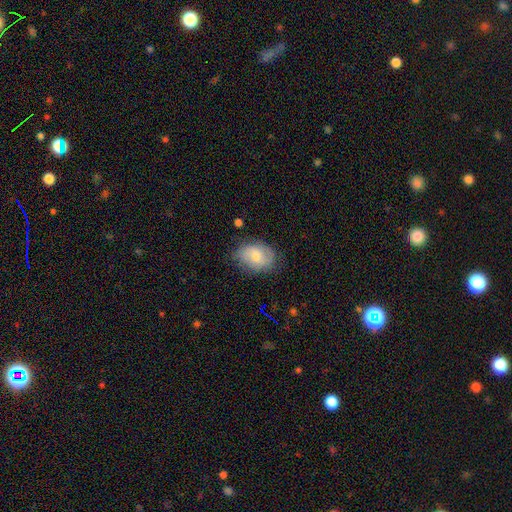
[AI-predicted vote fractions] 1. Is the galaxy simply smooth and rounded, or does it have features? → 52% smooth, 39% featured or disk, 9% star or artifact.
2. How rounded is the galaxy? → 72% in between, 27% round, 1% cigar-shaped.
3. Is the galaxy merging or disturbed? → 73% none, 20% minor disturbance, 5% major disturbance, 1% merger.